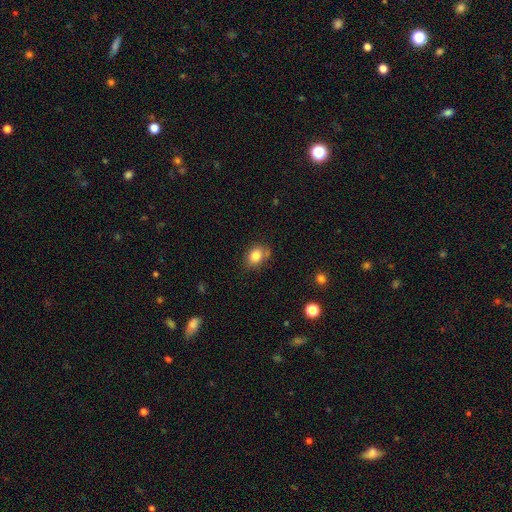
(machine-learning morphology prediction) smooth 83%, star or artifact 10%, featured or disk 8%. Down the decision tree: how rounded — in between (62%); merging — none (68%).